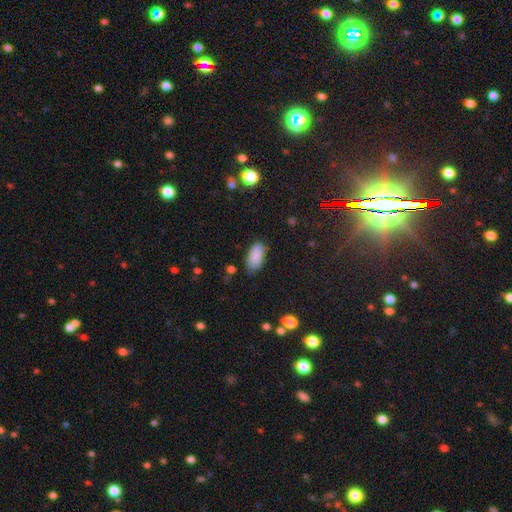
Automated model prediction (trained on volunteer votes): This is clearly a smooth galaxy (87%). How rounded: clearly in between (93%). Merging: likely none (76%).